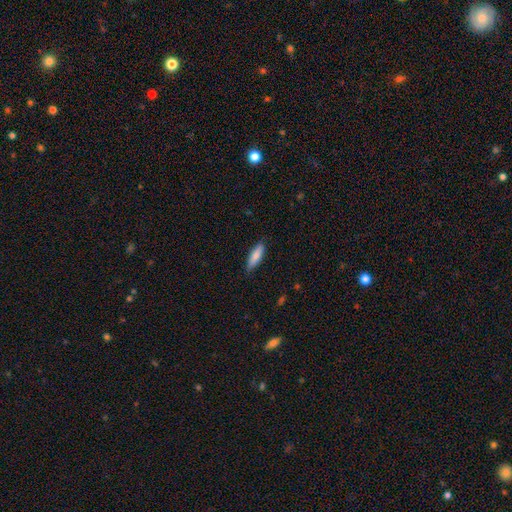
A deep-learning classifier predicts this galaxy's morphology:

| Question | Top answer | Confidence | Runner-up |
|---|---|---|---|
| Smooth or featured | smooth | 81% | featured or disk (13%) |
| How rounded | cigar-shaped | 53% | in between (45%) |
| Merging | none | 84% | minor disturbance (13%) |